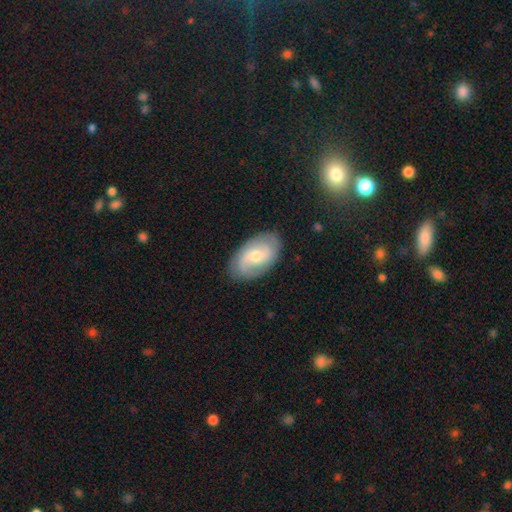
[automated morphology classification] Smooth or featured: featured or disk — 67% (smooth — 27%)
Edge-on disk: no — 95% (yes — 5%)
Bar: no — 53% (weak — 40%)
Spiral arms: yes — 90% (no — 10%)
Spiral winding: medium — 43% (tight — 30%)
Spiral arm count: 2 — 73% (can't tell — 14%)
Bulge size: moderate — 50% (small — 44%)
Merging: none — 83% (minor disturbance — 13%)